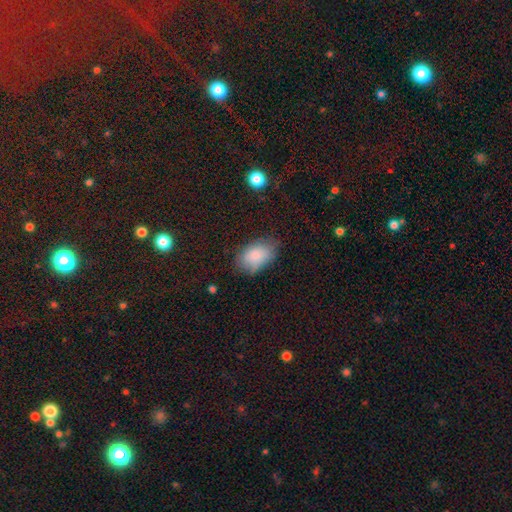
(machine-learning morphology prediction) Smooth or featured?
  - smooth: 84% *
  - featured or disk: 8%
  - star or artifact: 8%
How rounded?
  - in between: 89% *
  - round: 9%
  - cigar-shaped: 1%
Merging?
  - none: 65% *
  - minor disturbance: 27%
  - major disturbance: 7%
  - merger: 2%